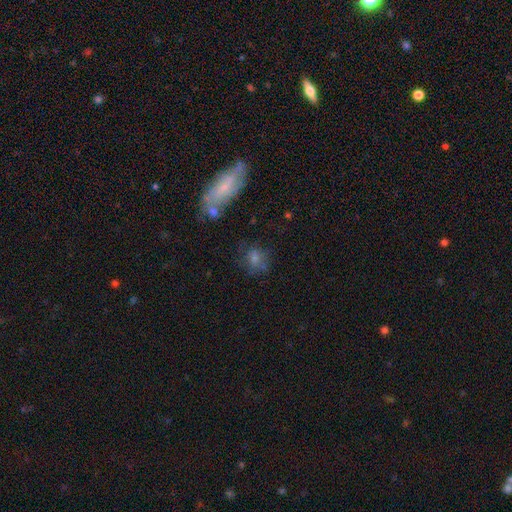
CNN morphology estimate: This appears to be a smooth galaxy with no disk features (56%) that is round (48%). Merging: none (66%).